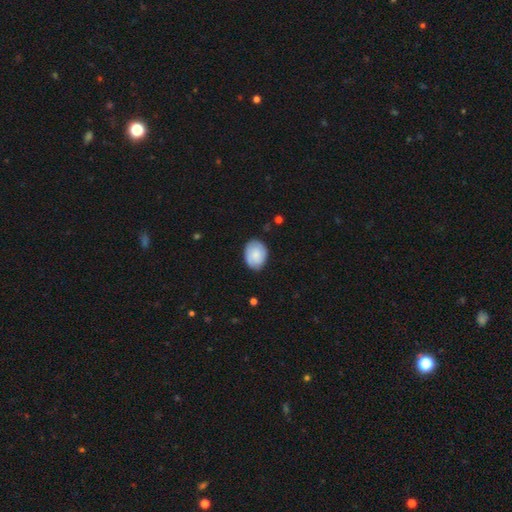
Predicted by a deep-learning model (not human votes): smooth_or_featured: smooth (p=0.69) [alt: featured or disk p=0.24]
how_rounded: in between (p=0.62) [alt: round p=0.37]
merging: none (p=0.80) [alt: minor disturbance p=0.16]